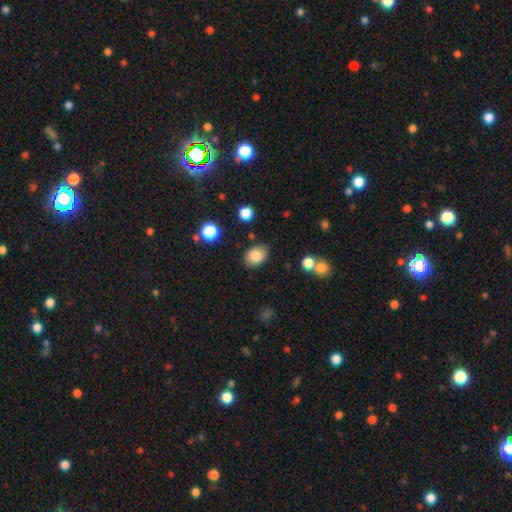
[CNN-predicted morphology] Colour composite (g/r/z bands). It shows a smooth galaxy with no disk features (83%) that is in between round and cigar-shaped (71%). Merging: none (82%).